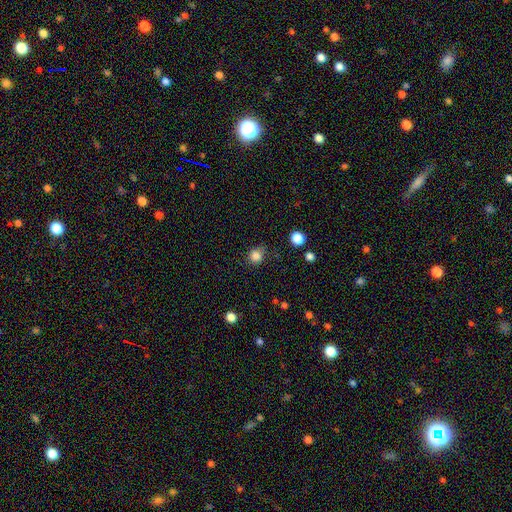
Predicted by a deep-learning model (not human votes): A smooth galaxy with no disk features (83%) that is round (82%).

Vote fractions:
- Smooth or featured? smooth: 83% / star or artifact: 12% / featured or disk: 5%
- How rounded? round: 82% / in between: 17% / cigar-shaped: 1%
- Merging? none: 72% / minor disturbance: 20% / major disturbance: 6% / merger: 2%